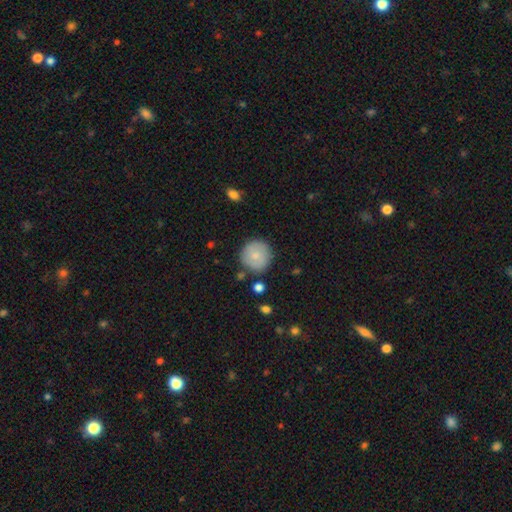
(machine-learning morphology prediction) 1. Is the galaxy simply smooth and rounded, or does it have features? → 79% smooth, 13% featured or disk, 7% star or artifact.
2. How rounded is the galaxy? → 94% round, 5% in between, 1% cigar-shaped.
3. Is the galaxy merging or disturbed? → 83% none, 11% minor disturbance, 3% merger, 3% major disturbance.